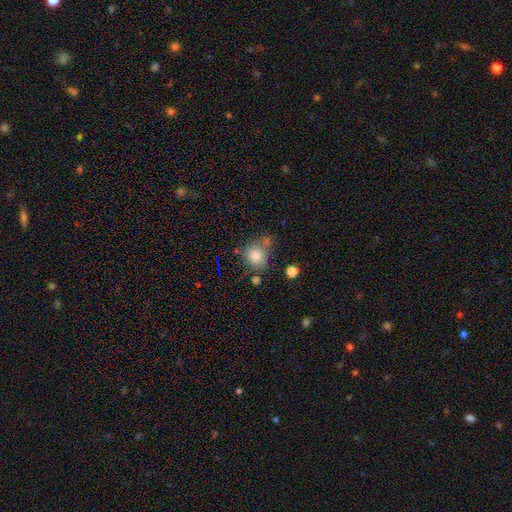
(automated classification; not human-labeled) The model was most divided on "merging": none: 55%, merger: 19%, minor disturbance: 18%, major disturbance: 8%. More confident: smooth or featured — smooth (80%); how rounded — round (72%).